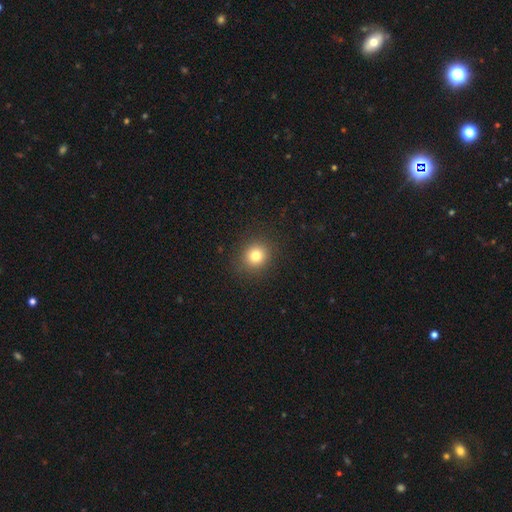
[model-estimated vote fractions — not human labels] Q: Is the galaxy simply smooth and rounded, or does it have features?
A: smooth — 80%.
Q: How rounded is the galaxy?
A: round — 82%.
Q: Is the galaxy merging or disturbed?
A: none — 89%.